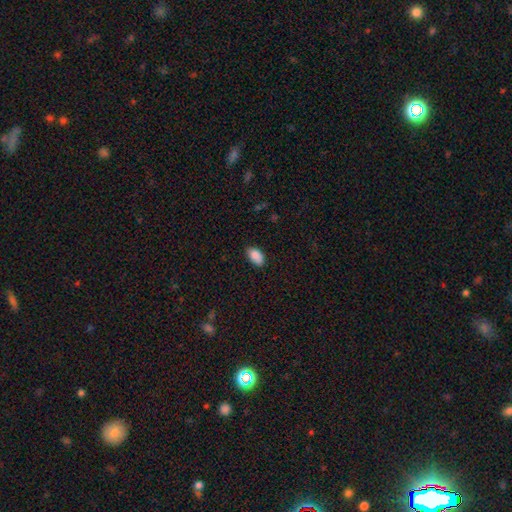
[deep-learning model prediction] This is clearly a smooth galaxy (88%). How rounded: clearly in between (93%). Merging: likely none (77%).